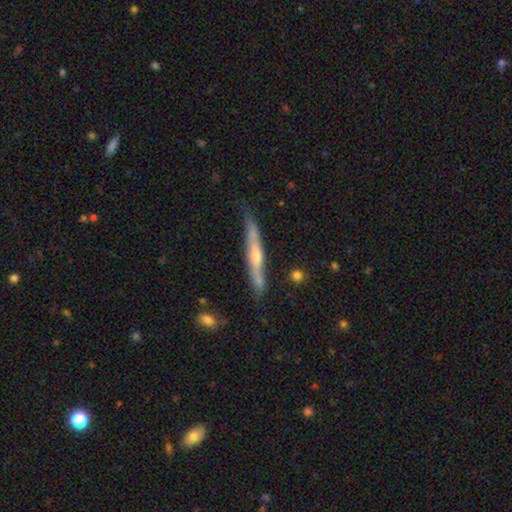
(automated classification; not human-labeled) This is likely a featured or disk galaxy (61%). It is clearly viewed edge-on (92%). Edge-on bulge: likely rounded (72%). Merging: likely none (74%).